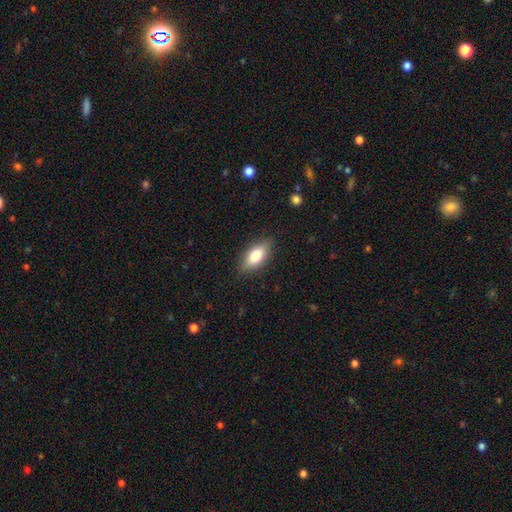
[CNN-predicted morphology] Q: Smooth or featured?
A: smooth (79%); runner-up: featured or disk (14%)
Q: How rounded?
A: in between (86%); runner-up: cigar-shaped (11%)
Q: Merging?
A: none (86%); runner-up: minor disturbance (11%)